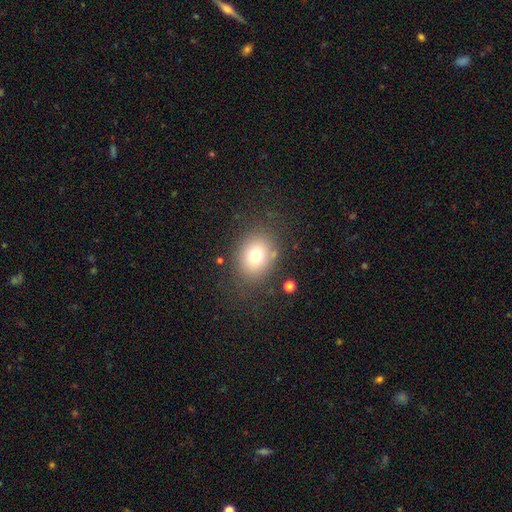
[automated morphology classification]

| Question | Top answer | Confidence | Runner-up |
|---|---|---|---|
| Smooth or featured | smooth | 73% | star or artifact (14%) |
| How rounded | round | 56% | in between (43%) |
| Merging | none | 80% | minor disturbance (11%) |